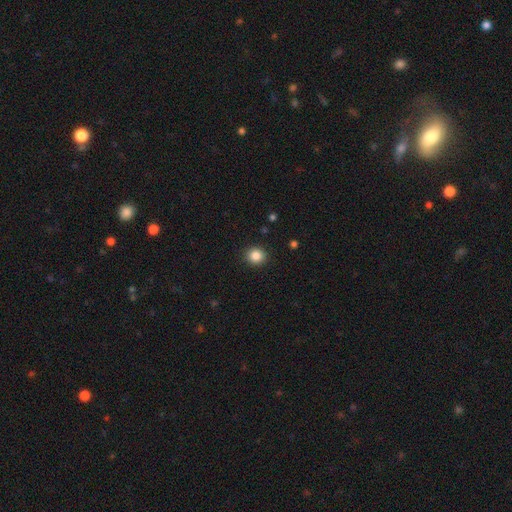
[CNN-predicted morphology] This appears to be a smooth galaxy with no disk features (86%) that is round (87%). Merging: none (91%).